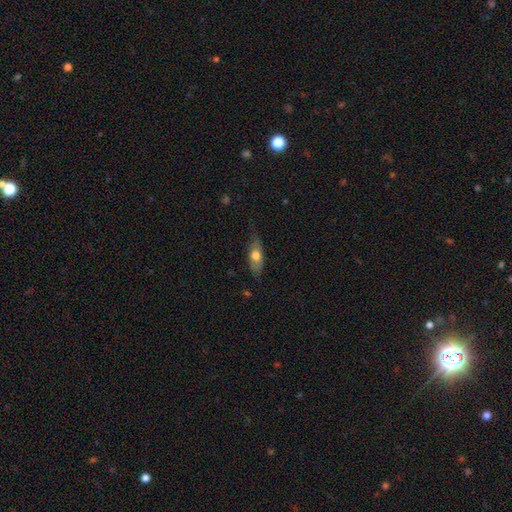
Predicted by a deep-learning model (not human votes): Morphology: type=smooth (62%); roundness=in between (70%); merging=none (64%).